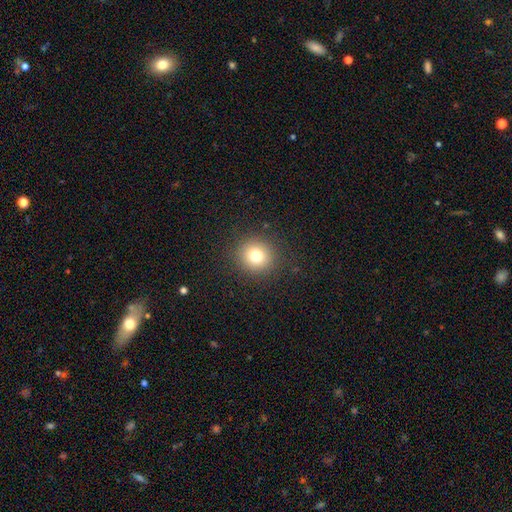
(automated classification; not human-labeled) This is likely a smooth galaxy (77%). How rounded: clearly round (91%). Merging: clearly none (90%).